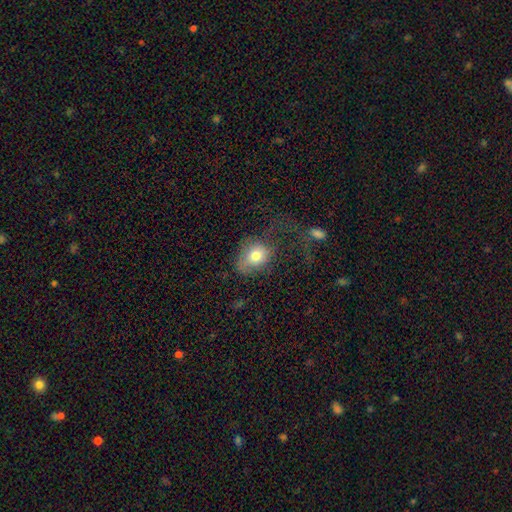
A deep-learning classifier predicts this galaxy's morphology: A smooth galaxy with no disk features (75%) that is in between round and cigar-shaped (56%). Merging: none (36%, tied with major disturbance).